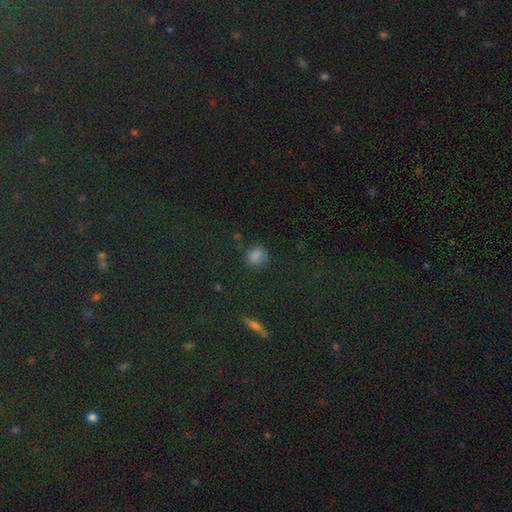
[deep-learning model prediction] A smooth galaxy with no disk features (72%) that is round (61%).

Vote fractions:
- Smooth or featured? smooth: 72% / star or artifact: 20% / featured or disk: 8%
- How rounded? round: 61% / in between: 36% / cigar-shaped: 3%
- Merging? none: 78% / minor disturbance: 15% / major disturbance: 4% / merger: 3%